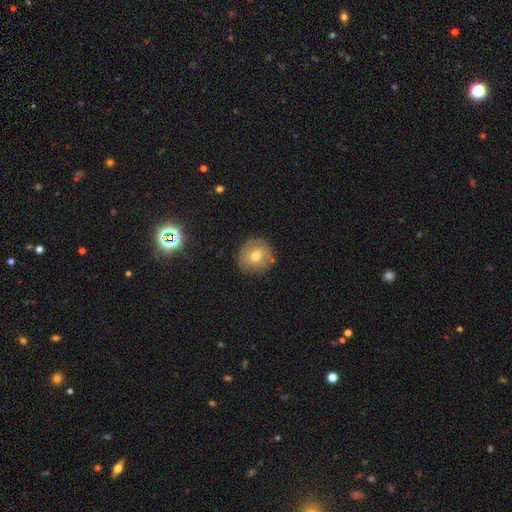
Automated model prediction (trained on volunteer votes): Smooth or featured? Predicted: smooth (p=0.62). How rounded? Predicted: round (p=0.92). Merging? Predicted: none (p=0.82).